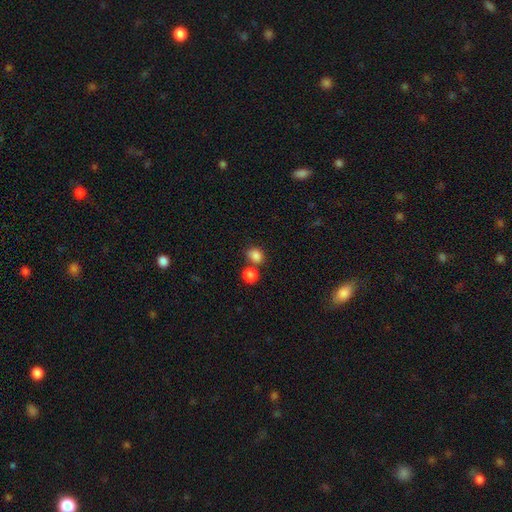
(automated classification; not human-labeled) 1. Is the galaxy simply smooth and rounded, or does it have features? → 84% smooth, 11% star or artifact, 5% featured or disk.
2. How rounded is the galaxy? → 59% round, 40% in between, 1% cigar-shaped.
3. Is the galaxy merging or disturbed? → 57% none, 29% merger, 10% minor disturbance, 4% major disturbance.